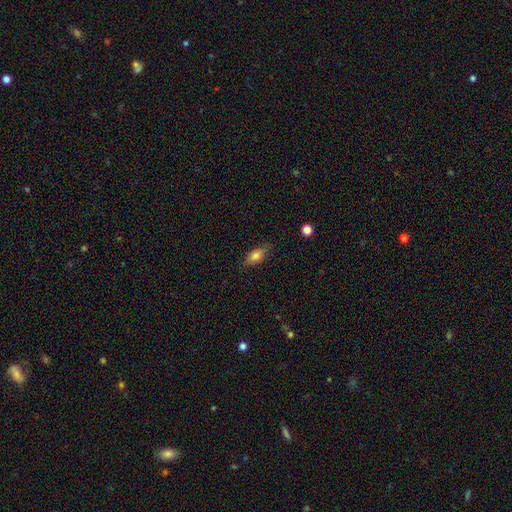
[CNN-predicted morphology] smooth_or_featured: smooth (p=0.64) [alt: featured or disk p=0.27]
how_rounded: in between (p=0.70) [alt: cigar-shaped p=0.24]
merging: none (p=0.80) [alt: minor disturbance p=0.15]